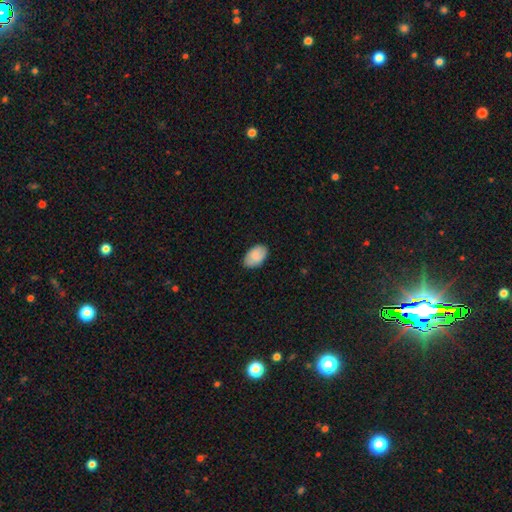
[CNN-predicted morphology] Smooth or featured? Predicted: smooth (p=0.80). How rounded? Predicted: in between (p=0.92). Merging? Predicted: none (p=0.82).